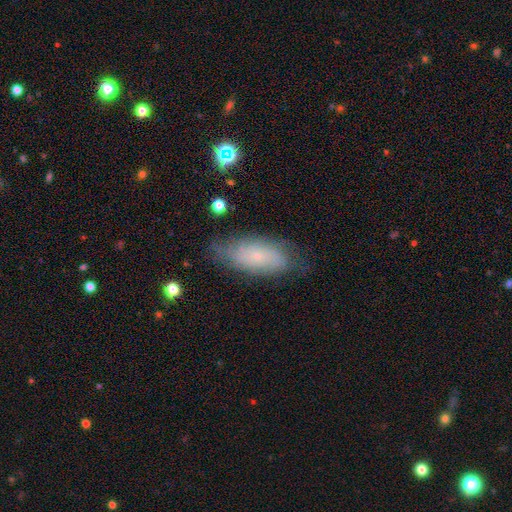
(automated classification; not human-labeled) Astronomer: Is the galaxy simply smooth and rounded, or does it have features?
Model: smooth — 47% (runner-up: featured or disk, 44%).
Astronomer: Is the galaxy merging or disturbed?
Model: none — 68%.